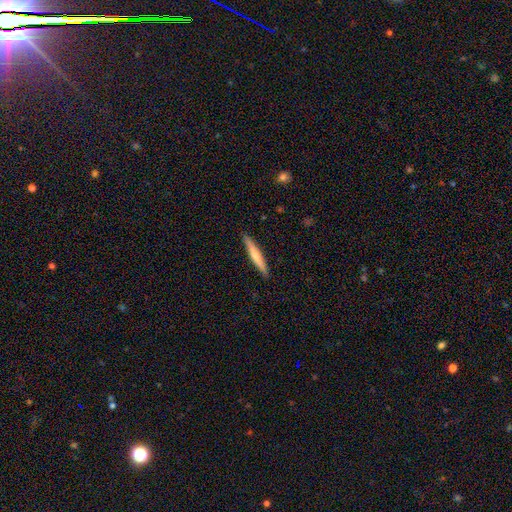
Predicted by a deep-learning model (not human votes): smooth-or-featured: smooth: 58% | featured or disk: 36% | star or artifact: 5%
  how-rounded: cigar-shaped: 95% | in between: 4% | round: 1%
  merging: none: 91% | minor disturbance: 6% | major disturbance: 1% | merger: 1%